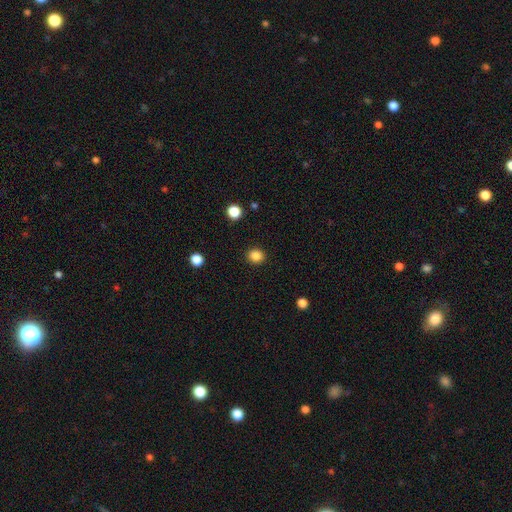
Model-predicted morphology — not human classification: Smooth or featured? smooth (86%)
How rounded? round (80%)
Merging? none (91%)